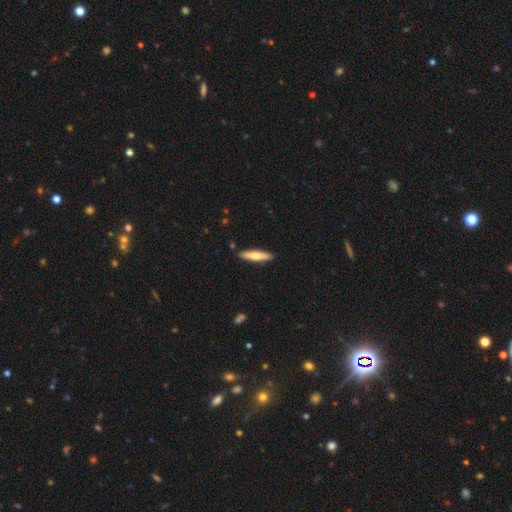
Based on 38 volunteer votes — smooth 61%, featured or disk 34%, star or artifact 5%. Down the decision tree: how rounded — cigar-shaped (91%); merging — none (86%).